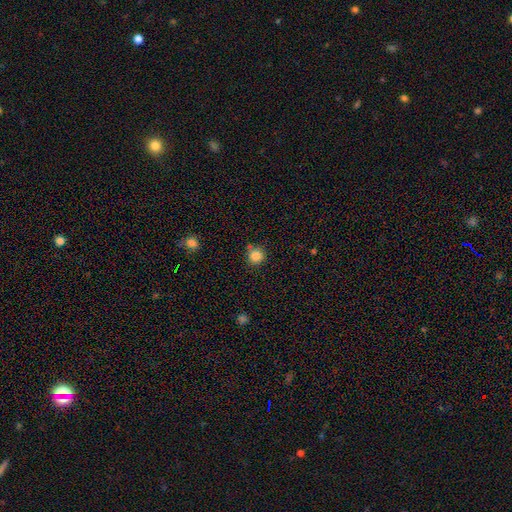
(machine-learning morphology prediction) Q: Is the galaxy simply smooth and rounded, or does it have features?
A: smooth — 84%.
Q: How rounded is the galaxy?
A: round — 92%.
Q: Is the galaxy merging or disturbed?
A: none — 73%.